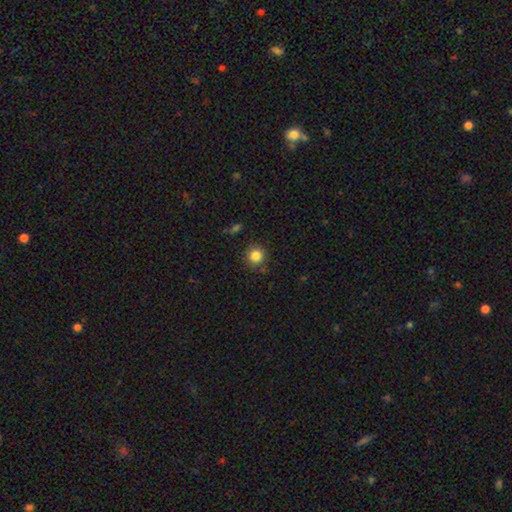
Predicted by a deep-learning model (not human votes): This is clearly a smooth galaxy (84%). How rounded: clearly round (93%). Merging: clearly none (84%).